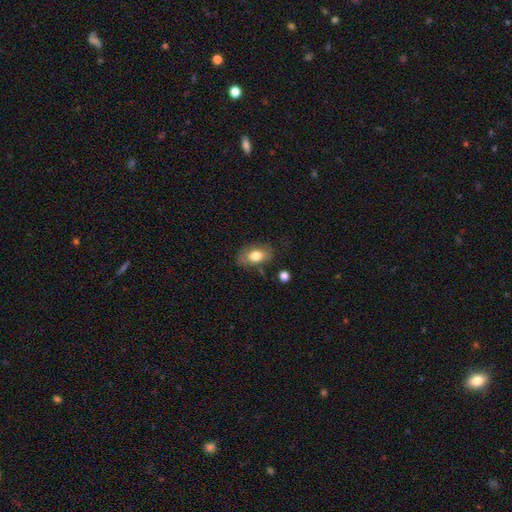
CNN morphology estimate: Overall: smooth (74%). How rounded: in between (88%). Merging: none (66%).